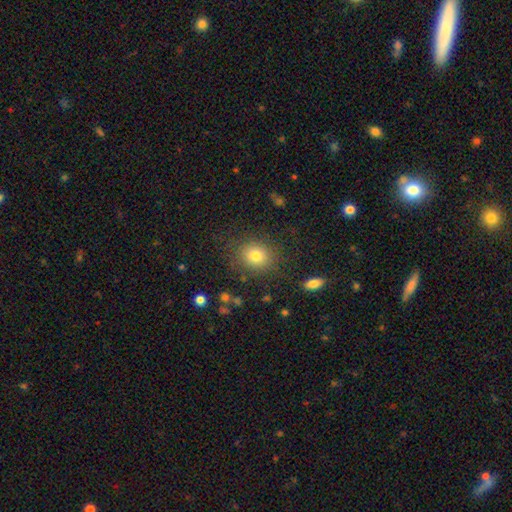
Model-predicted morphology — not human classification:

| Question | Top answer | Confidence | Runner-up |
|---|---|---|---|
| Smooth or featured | smooth | 79% | star or artifact (12%) |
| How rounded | round | 74% | in between (25%) |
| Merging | none | 83% | minor disturbance (11%) |